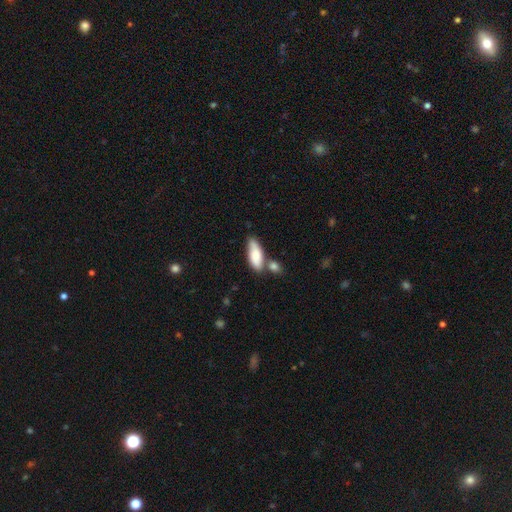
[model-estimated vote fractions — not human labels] smooth 80%, featured or disk 14%, star or artifact 6%. Down the decision tree: how rounded — in between (76%); merging — none (52%).